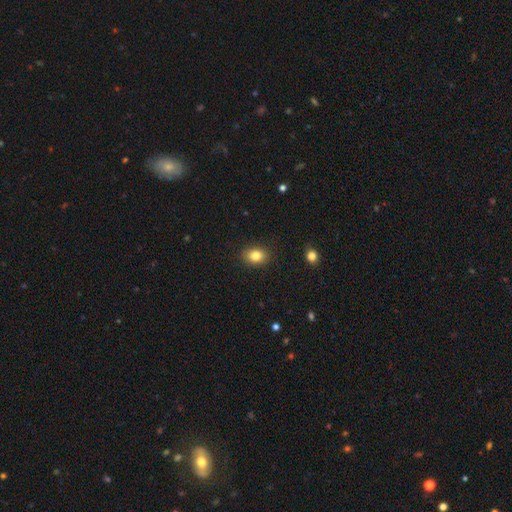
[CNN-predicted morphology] smooth-or-featured: smooth: 83% | star or artifact: 10% | featured or disk: 7%
  how-rounded: in between: 62% | round: 37% | cigar-shaped: 1%
  merging: none: 89% | minor disturbance: 8% | major disturbance: 2% | merger: 1%